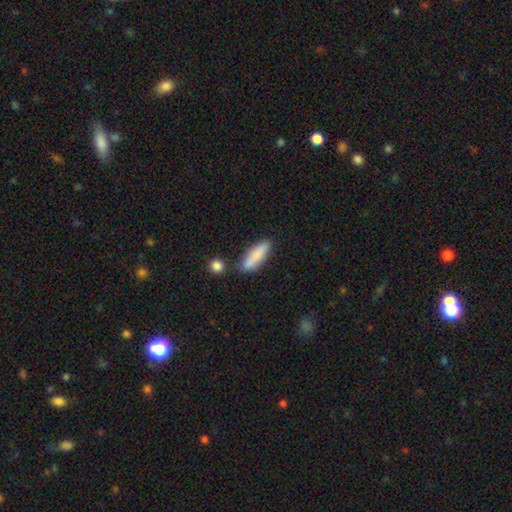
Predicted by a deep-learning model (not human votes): smooth-or-featured: smooth: 84% | featured or disk: 9% | star or artifact: 6%
  how-rounded: cigar-shaped: 55% | in between: 43% | round: 2%
  merging: none: 76% | minor disturbance: 14% | merger: 7% | major disturbance: 3%